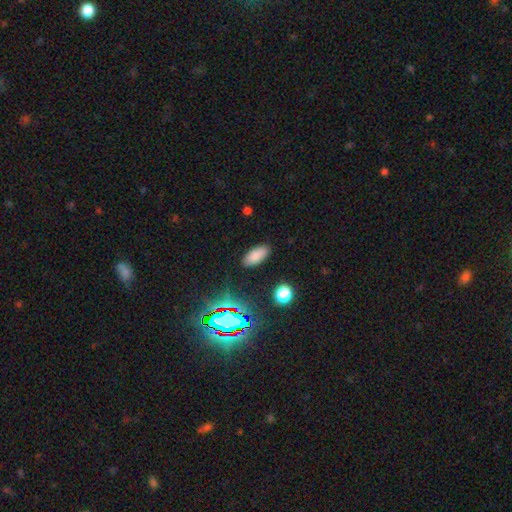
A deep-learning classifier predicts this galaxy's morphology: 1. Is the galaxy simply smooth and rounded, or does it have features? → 80% smooth, 14% star or artifact, 6% featured or disk.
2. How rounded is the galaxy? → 89% in between, 8% cigar-shaped, 3% round.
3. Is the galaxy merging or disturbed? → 87% none, 9% minor disturbance, 3% major disturbance, 1% merger.